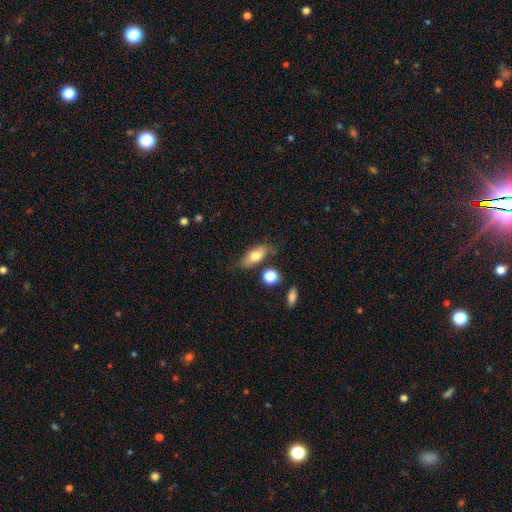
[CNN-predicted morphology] This is likely a smooth galaxy (73%). How rounded: likely in between (80%). Merging: likely none (64%).